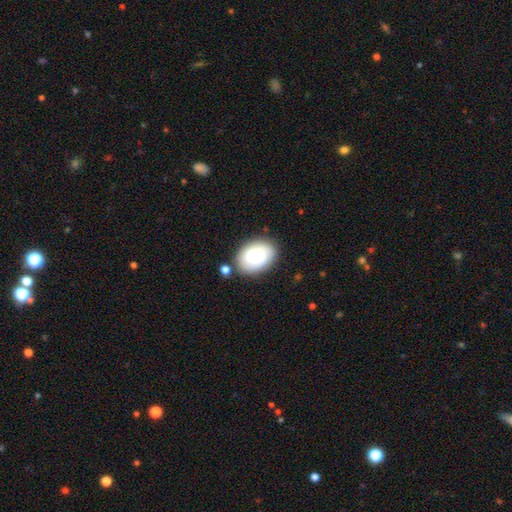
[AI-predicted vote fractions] Q: Smooth or featured?
A: smooth (75%); runner-up: featured or disk (18%)
Q: How rounded?
A: in between (80%); runner-up: round (19%)
Q: Merging?
A: none (80%); runner-up: minor disturbance (12%)